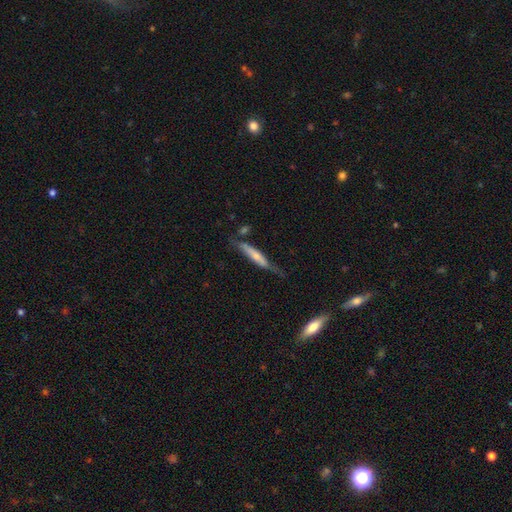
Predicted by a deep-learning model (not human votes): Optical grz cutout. It shows a smooth galaxy with no disk features (53%) that is cigar-shaped (89%). Merging: none (53%).